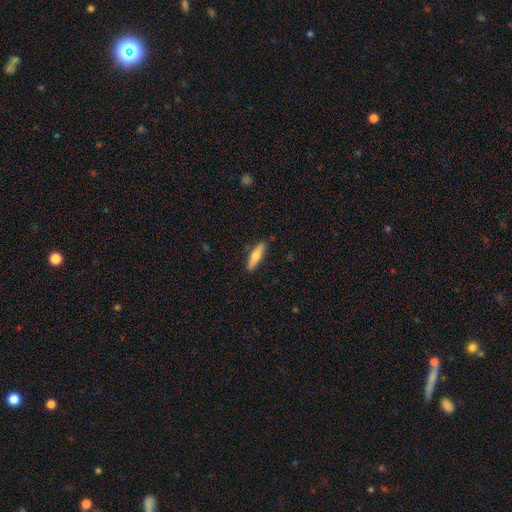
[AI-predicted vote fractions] This appears to be a smooth galaxy with no disk features (62%) that is cigar-shaped (71%). Merging: none (88%).